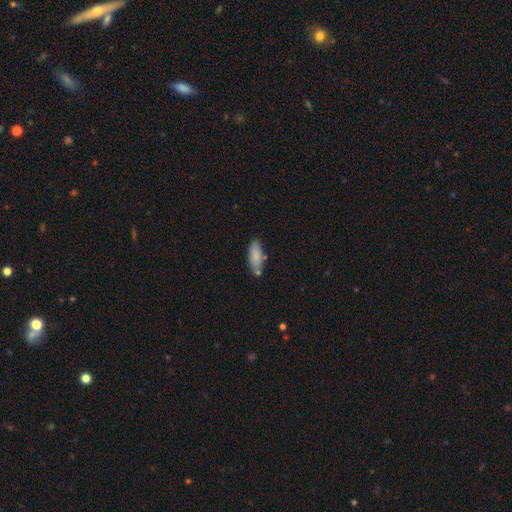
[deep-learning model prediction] smooth_or_featured: smooth (p=0.85) [alt: featured or disk p=0.09]
how_rounded: in between (p=0.73) [alt: cigar-shaped p=0.25]
merging: none (p=0.70) [alt: minor disturbance p=0.18]